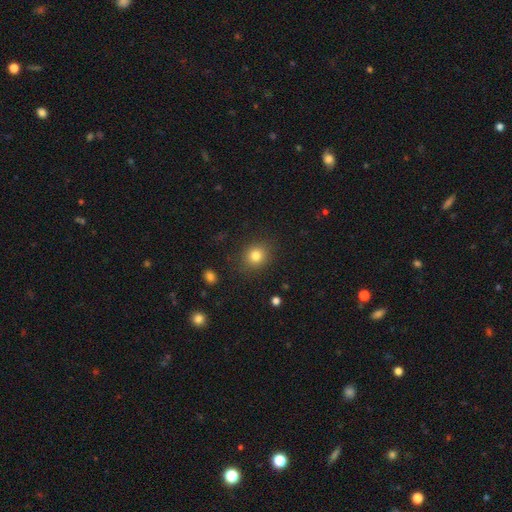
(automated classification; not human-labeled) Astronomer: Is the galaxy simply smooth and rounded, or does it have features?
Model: smooth — 82%.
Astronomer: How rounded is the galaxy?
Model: round — 77%.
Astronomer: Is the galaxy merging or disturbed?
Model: none — 86%.